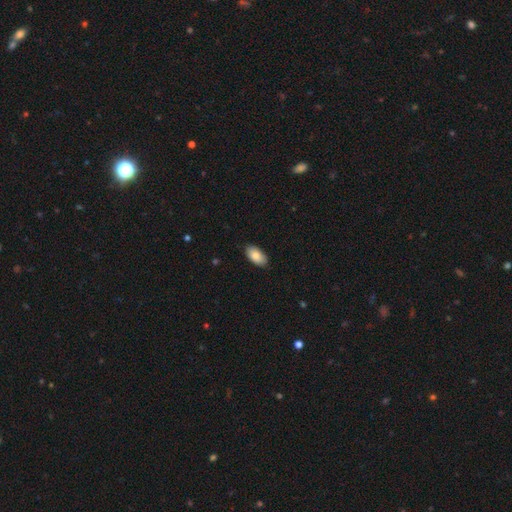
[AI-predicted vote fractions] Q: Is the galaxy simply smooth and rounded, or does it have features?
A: smooth — 86%.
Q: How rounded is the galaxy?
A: in between — 95%.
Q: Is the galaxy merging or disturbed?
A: none — 87%.